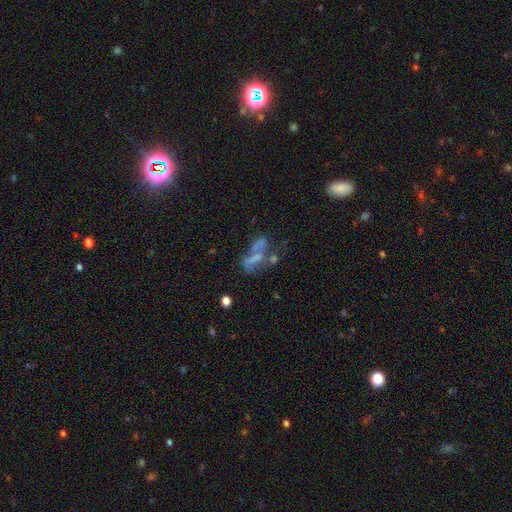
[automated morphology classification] Overall: featured or disk (50%; smooth 28%). Merging: merger (29%, tied with none).